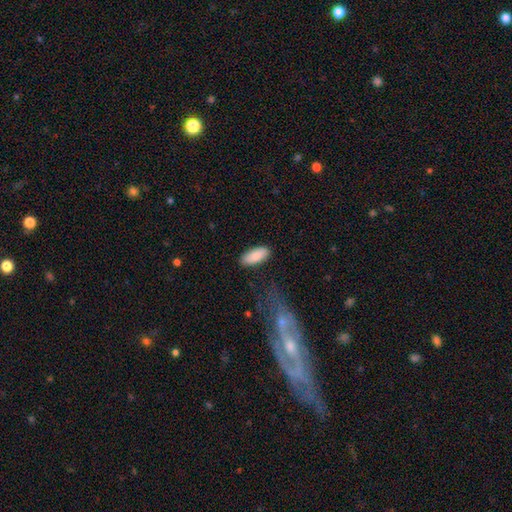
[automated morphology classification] Smooth or featured? Predicted: smooth (p=0.88). How rounded? Predicted: in between (p=0.84). Merging? Predicted: none (p=0.86).